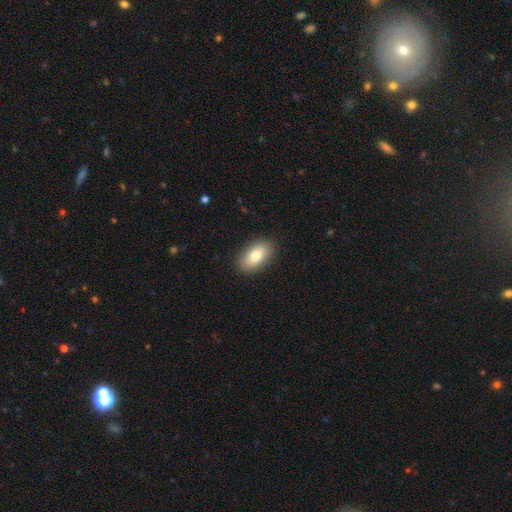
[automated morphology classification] Smooth or featured: smooth — 78% (featured or disk — 15%)
How rounded: in between — 91% (round — 6%)
Merging: none — 88% (minor disturbance — 8%)